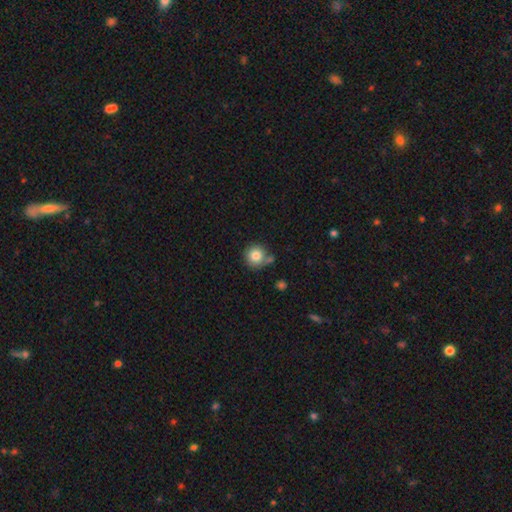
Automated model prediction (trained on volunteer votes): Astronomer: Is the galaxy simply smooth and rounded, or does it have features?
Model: smooth — 83%.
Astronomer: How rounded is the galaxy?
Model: round — 93%.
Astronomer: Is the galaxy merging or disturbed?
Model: none — 67%.